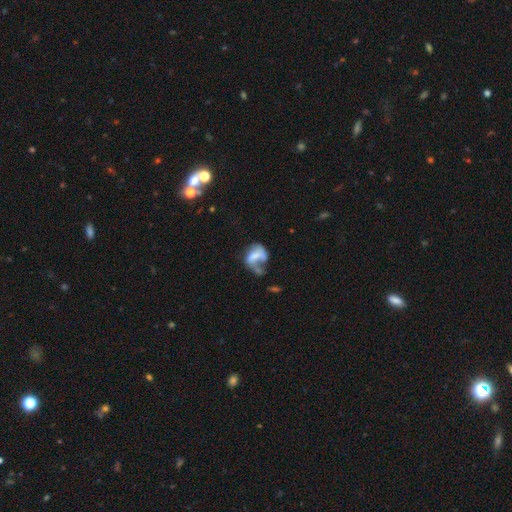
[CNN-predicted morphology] Smooth or featured? smooth (45%, tied with featured or disk)
Merging? major disturbance (38%)